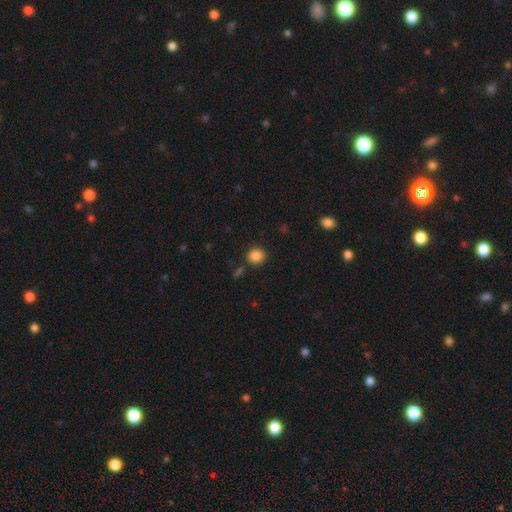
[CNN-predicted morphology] type=smooth (87%); roundness=round (83%); merging=none (85%).